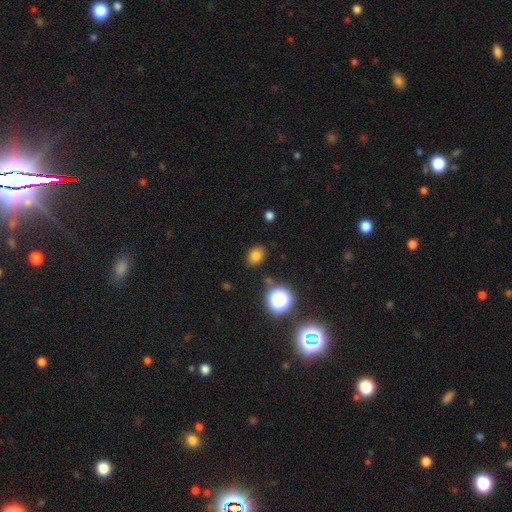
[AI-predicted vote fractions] Q: Smooth or featured?
A: smooth (77%); runner-up: star or artifact (17%)
Q: How rounded?
A: round (51%); runner-up: in between (48%)
Q: Merging?
A: none (83%); runner-up: minor disturbance (11%)